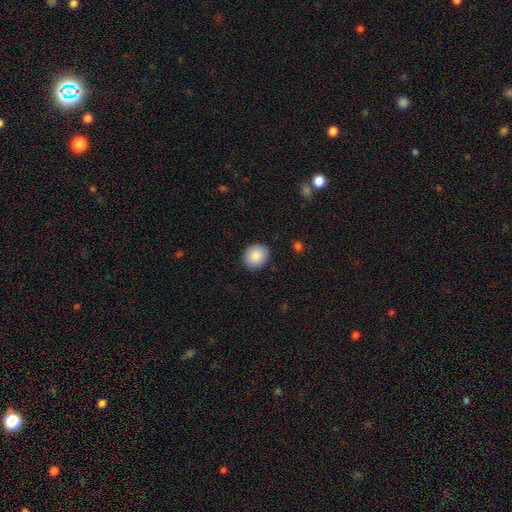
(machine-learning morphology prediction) smooth 88%, star or artifact 7%, featured or disk 5%. Down the decision tree: how rounded — round (71%); merging — none (88%).